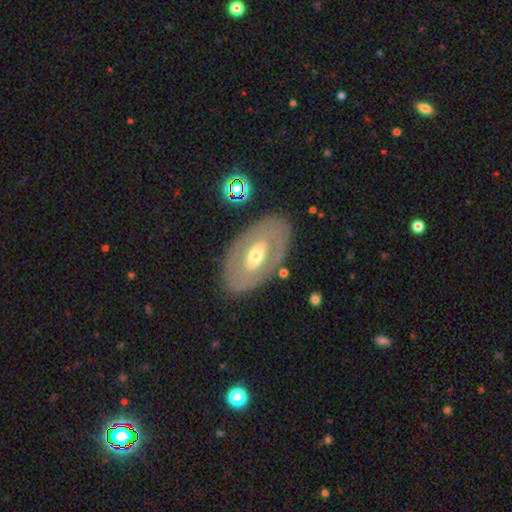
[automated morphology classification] featured or disk 61%, smooth 33%, star or artifact 6%. Down the decision tree: edge-on disk — no (89%); bar — no (58%); spiral arms — no (81%); bulge size — moderate (63%); merging — none (81%).